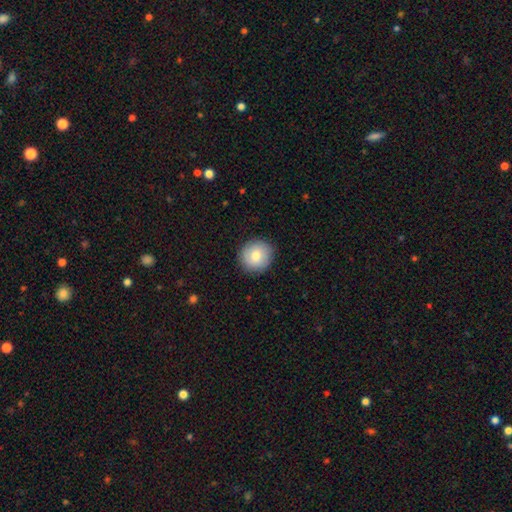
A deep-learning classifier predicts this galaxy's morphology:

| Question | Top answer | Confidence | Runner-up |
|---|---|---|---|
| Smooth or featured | smooth | 77% | featured or disk (16%) |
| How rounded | round | 91% | in between (8%) |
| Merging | none | 89% | minor disturbance (8%) |